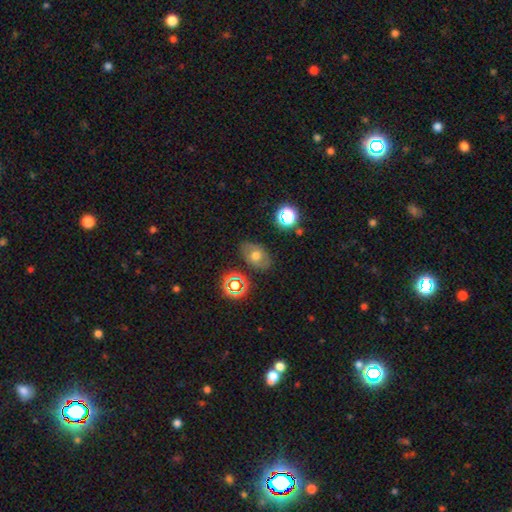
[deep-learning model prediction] Smooth or featured?
  - smooth: 56% *
  - featured or disk: 27%
  - star or artifact: 17%
How rounded?
  - in between: 76% *
  - round: 22%
  - cigar-shaped: 1%
Merging?
  - none: 80% *
  - minor disturbance: 13%
  - major disturbance: 4%
  - merger: 3%